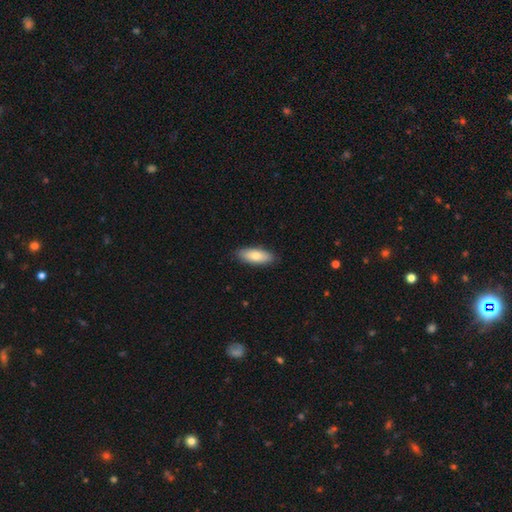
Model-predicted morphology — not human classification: smooth-or-featured: smooth: 77% | featured or disk: 17% | star or artifact: 6%
  how-rounded: in between: 78% | cigar-shaped: 20% | round: 2%
  merging: none: 88% | minor disturbance: 9% | major disturbance: 2% | merger: 1%